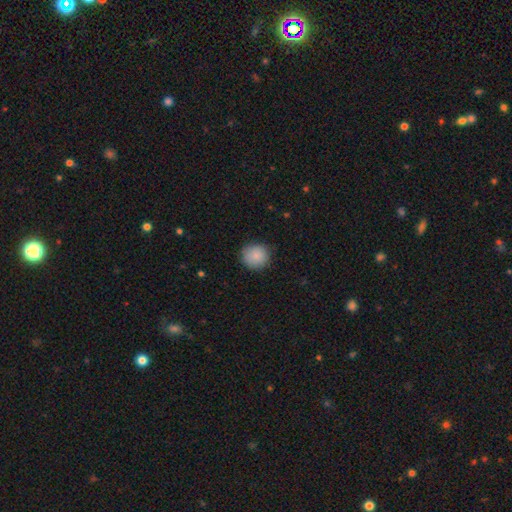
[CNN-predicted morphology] smooth-or-featured: smooth: 86% | star or artifact: 8% | featured or disk: 5%
  how-rounded: round: 90% | in between: 9% | cigar-shaped: 1%
  merging: none: 85% | minor disturbance: 11% | major disturbance: 3% | merger: 1%